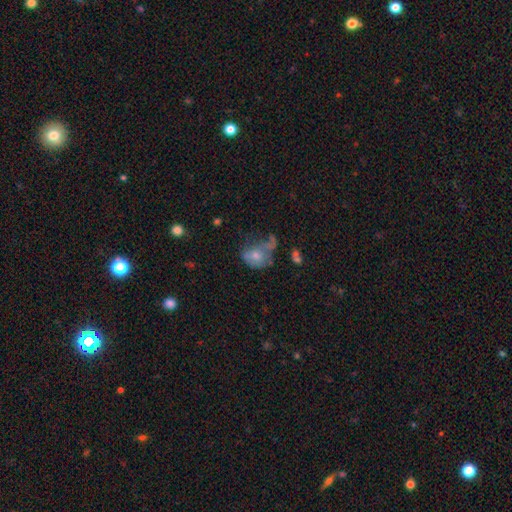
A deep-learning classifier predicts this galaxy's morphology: smooth_or_featured: smooth (p=0.56) [alt: featured or disk p=0.33]
how_rounded: in between (p=0.66) [alt: round p=0.33]
merging: major disturbance (p=0.43) [alt: minor disturbance p=0.21]